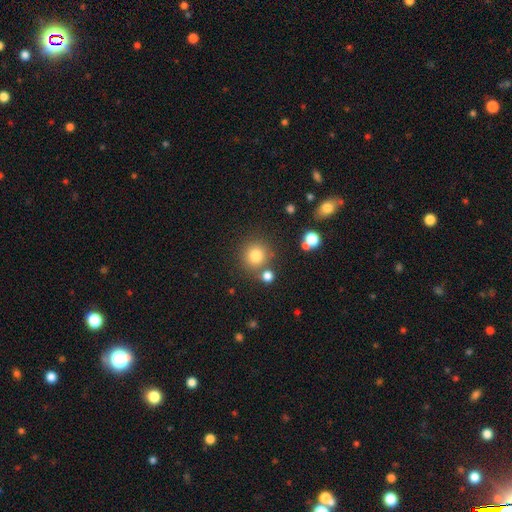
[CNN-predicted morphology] This is likely a smooth galaxy (80%). How rounded: clearly round (92%). Merging: likely none (78%).